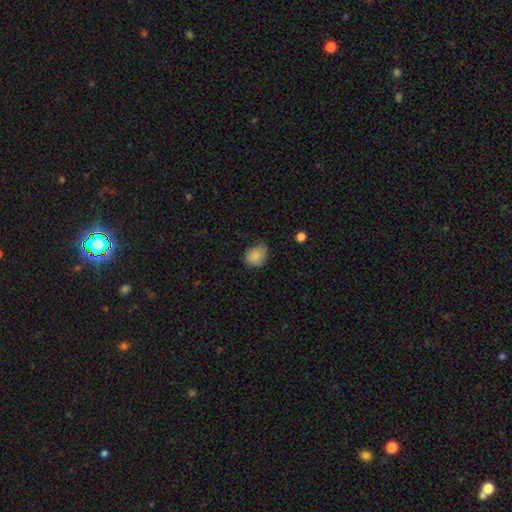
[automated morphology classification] Smooth or featured? Predicted: smooth (p=0.85). How rounded? Predicted: round (p=0.59). Merging? Predicted: none (p=0.57).